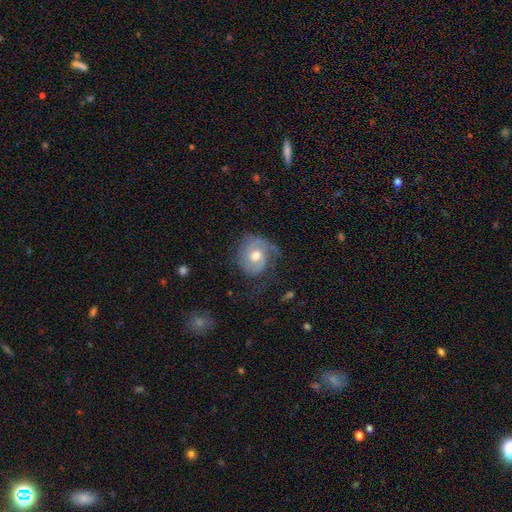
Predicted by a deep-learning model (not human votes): A featured or disk galaxy (76%) with no bar (62%), 2 (47%) tight (46%) spiral arms (92%) and a moderate central bulge (74%).

Vote fractions:
- Smooth or featured? featured or disk: 76% / smooth: 18% / star or artifact: 6%
- Edge-on disk? no: 97% / yes: 3%
- Bar? no: 62% / weak: 32% / strong: 6%
- Spiral arms? yes: 92% / no: 8%
- Spiral winding? tight: 46% / medium: 38% / loose: 16%
- Spiral arm count? 2: 47% / 1: 32% / can't tell: 13% / 3: 5% / 4: 2% / more than 4: 2%
- Bulge size? moderate: 74% / small: 12% / large: 12% / none: 1% / dominant: 1%
- Merging? none: 58% / minor disturbance: 23% / major disturbance: 18% / merger: 2%